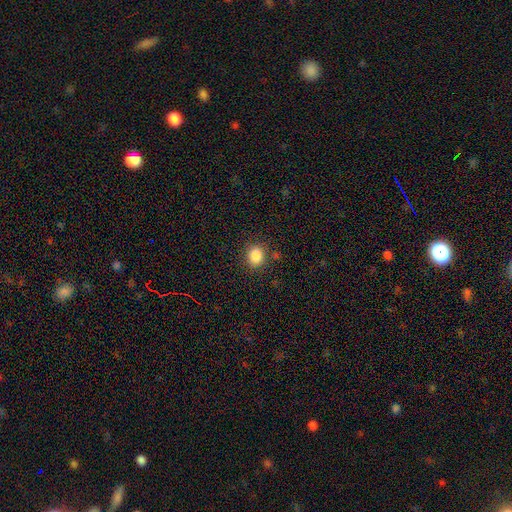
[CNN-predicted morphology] This is clearly a smooth galaxy (86%). How rounded: likely round (62%). Merging: clearly none (84%).